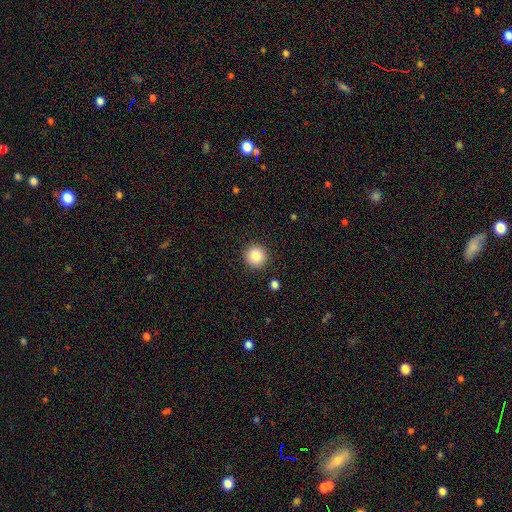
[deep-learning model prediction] A smooth galaxy with no disk features (86%) that is round (95%). Merging: none (91%).